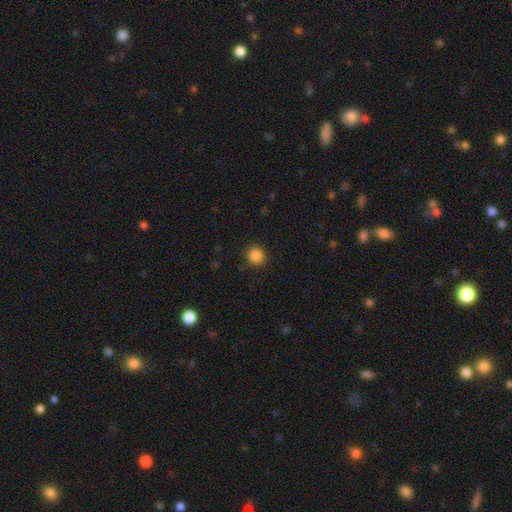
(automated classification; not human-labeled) Smooth or featured?
  - smooth: 87% *
  - star or artifact: 10%
  - featured or disk: 3%
How rounded?
  - round: 86% *
  - in between: 13%
  - cigar-shaped: 1%
Merging?
  - none: 90% *
  - minor disturbance: 7%
  - major disturbance: 2%
  - merger: 1%